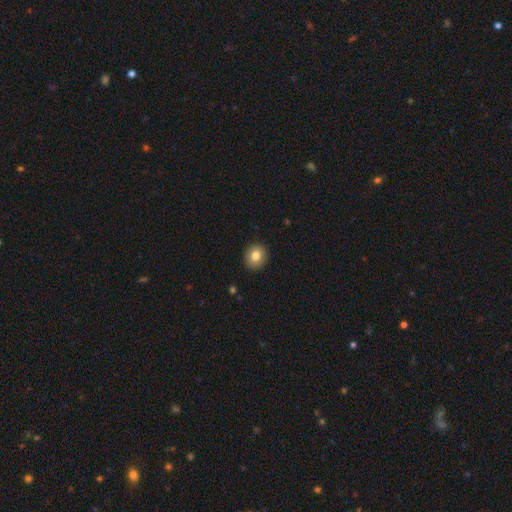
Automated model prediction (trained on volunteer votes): smooth_or_featured: smooth (p=0.80) [alt: featured or disk p=0.11]
how_rounded: round (p=0.79) [alt: in between p=0.20]
merging: none (p=0.91) [alt: minor disturbance p=0.06]